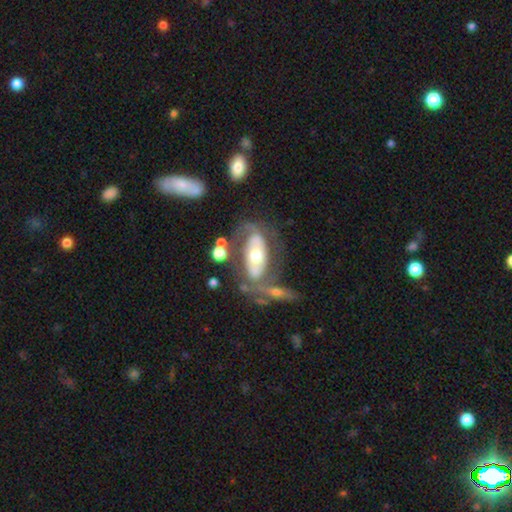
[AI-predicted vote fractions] Q: Smooth or featured?
A: featured or disk (69%); runner-up: smooth (25%)
Q: Edge-on disk?
A: no (87%); runner-up: yes (13%)
Q: Bar?
A: no (61%); runner-up: strong (20%)
Q: Spiral arms?
A: yes (61%); runner-up: no (39%)
Q: Bulge size?
A: moderate (63%); runner-up: small (24%)
Q: Merging?
A: none (46%); runner-up: major disturbance (19%)